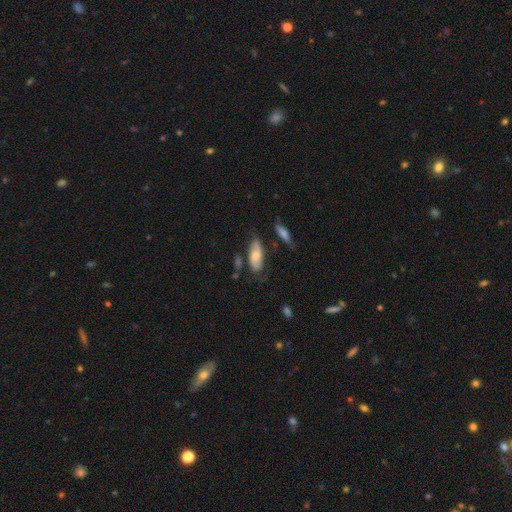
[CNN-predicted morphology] Q: Smooth or featured?
A: smooth (58%); runner-up: featured or disk (35%)
Q: How rounded?
A: in between (81%); runner-up: cigar-shaped (16%)
Q: Merging?
A: none (58%); runner-up: minor disturbance (26%)